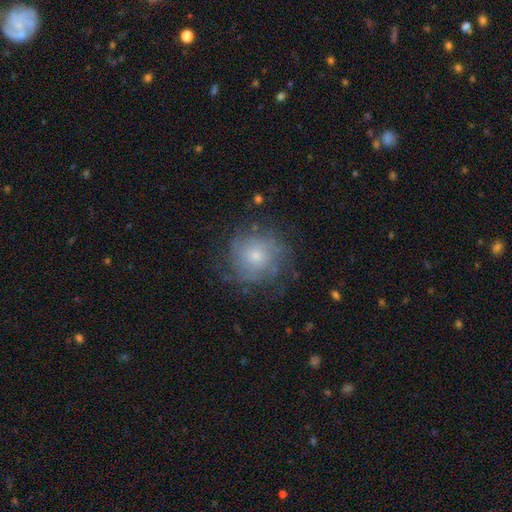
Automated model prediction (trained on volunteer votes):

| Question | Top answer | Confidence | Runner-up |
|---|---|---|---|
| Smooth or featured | featured or disk | 46% | smooth (43%) |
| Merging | none | 67% | minor disturbance (19%) |